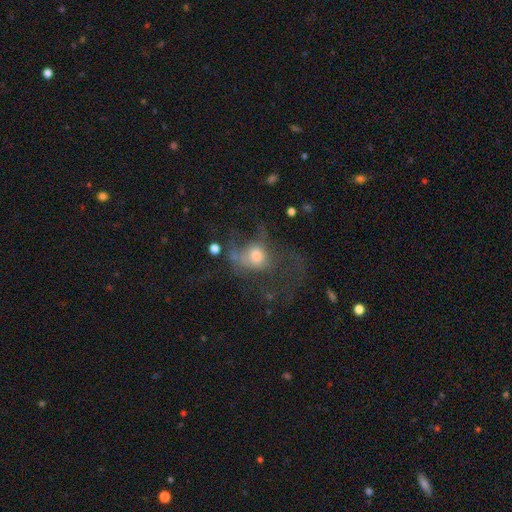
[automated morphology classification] featured or disk 49%, smooth 36%, star or artifact 15%. Down the decision tree: merging — major disturbance (52%).